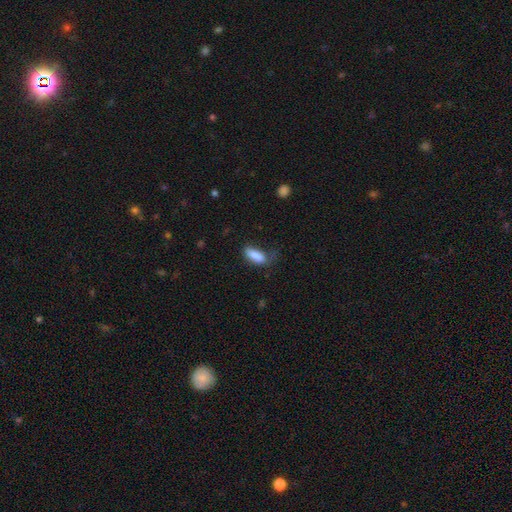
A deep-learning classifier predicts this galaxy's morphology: smooth-or-featured: smooth: 86% | featured or disk: 7% | star or artifact: 7%
  how-rounded: in between: 73% | cigar-shaped: 25% | round: 2%
  merging: none: 49% | minor disturbance: 32% | major disturbance: 16% | merger: 3%